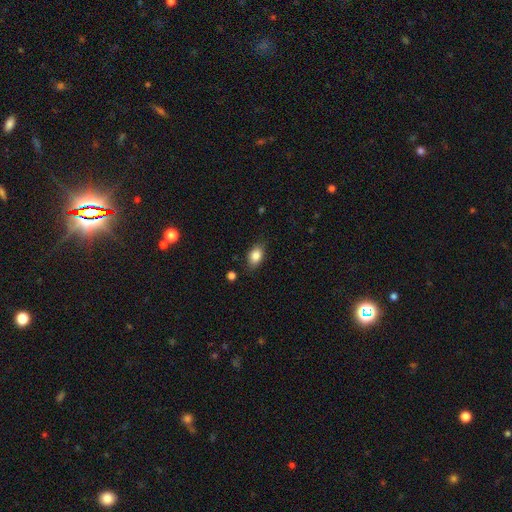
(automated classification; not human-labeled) smooth_or_featured: smooth (p=0.84) [alt: star or artifact p=0.08]
how_rounded: in between (p=0.85) [alt: round p=0.13]
merging: none (p=0.82) [alt: minor disturbance p=0.13]